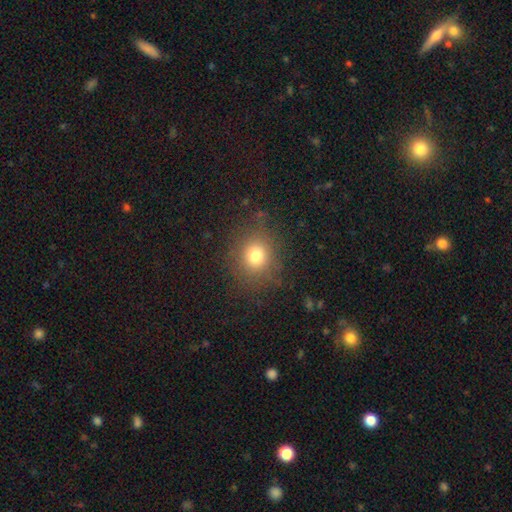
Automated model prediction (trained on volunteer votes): A smooth galaxy with no disk features (76%) that is round (79%). Merging: none (83%).